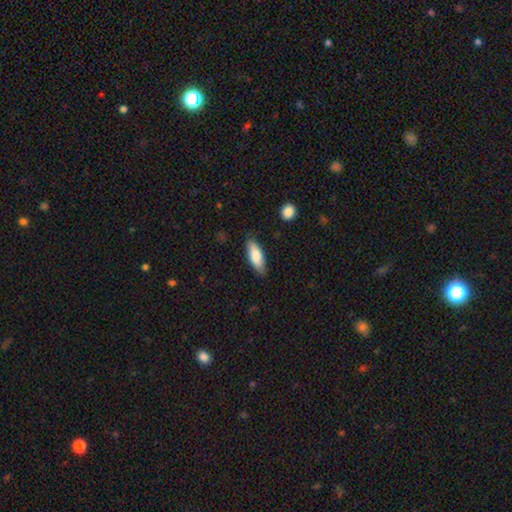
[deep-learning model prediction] Smooth or featured? smooth (80%)
How rounded? in between (61%)
Merging? none (84%)